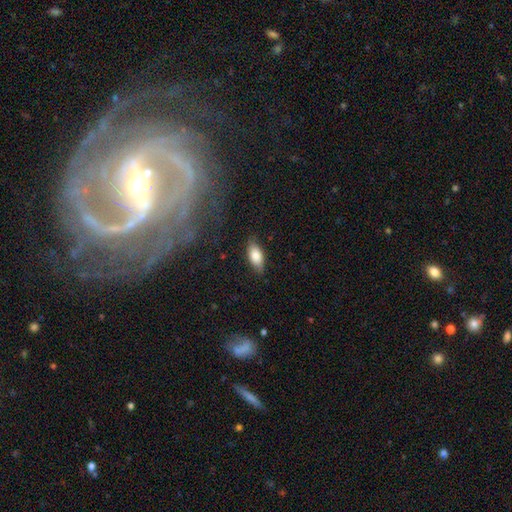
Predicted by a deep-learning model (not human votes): Smooth or featured: smooth — 81% (featured or disk — 12%)
How rounded: in between — 86% (cigar-shaped — 11%)
Merging: none — 83% (minor disturbance — 13%)